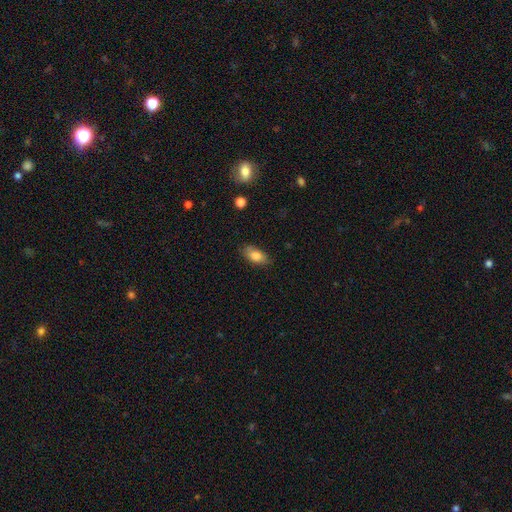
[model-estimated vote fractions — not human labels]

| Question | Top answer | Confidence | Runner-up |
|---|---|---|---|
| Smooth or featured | smooth | 81% | featured or disk (11%) |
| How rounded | in between | 89% | cigar-shaped (6%) |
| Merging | none | 79% | minor disturbance (16%) |